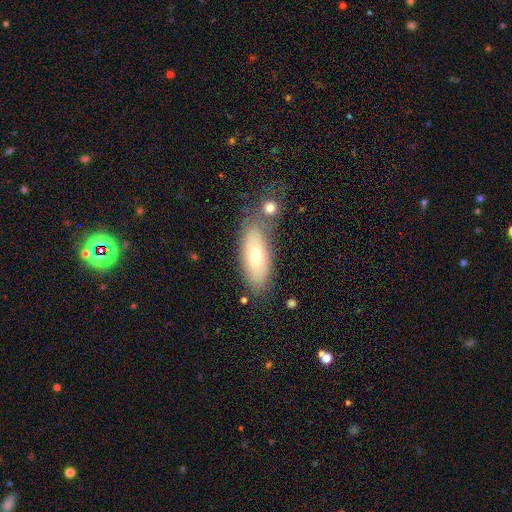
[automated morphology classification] smooth_or_featured: smooth (p=0.64) [alt: featured or disk p=0.28]
how_rounded: in between (p=0.76) [alt: cigar-shaped p=0.21]
merging: none (p=0.67) [alt: merger p=0.14]